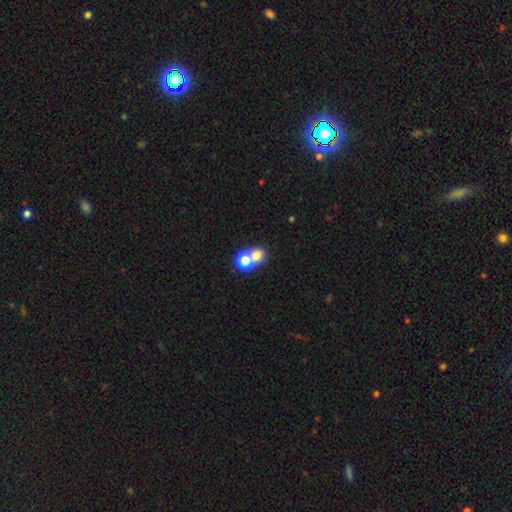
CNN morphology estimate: A smooth galaxy with no disk features (70%) that is round (73%).

Vote fractions:
- Smooth or featured? smooth: 70% / star or artifact: 16% / featured or disk: 14%
- How rounded? round: 73% / in between: 26% / cigar-shaped: 1%
- Merging? merger: 57% / none: 34% / minor disturbance: 5% / major disturbance: 3%